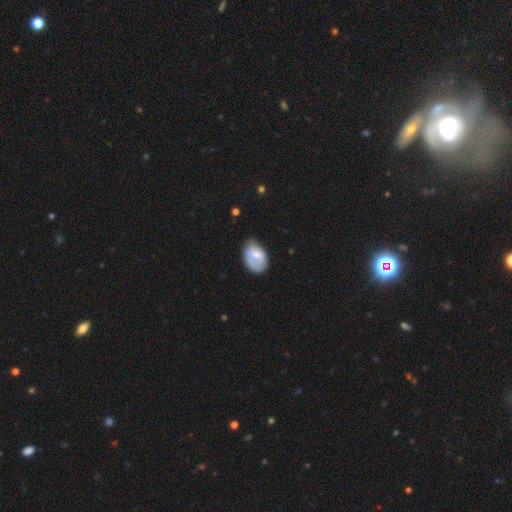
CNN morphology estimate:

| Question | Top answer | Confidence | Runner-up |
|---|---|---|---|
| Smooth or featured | smooth | 65% | featured or disk (28%) |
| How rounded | in between | 83% | round (16%) |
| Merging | none | 45% | minor disturbance (39%) |